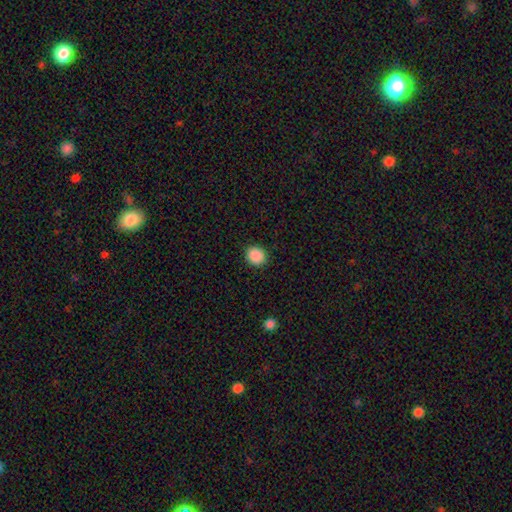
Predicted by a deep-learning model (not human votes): A smooth galaxy with no disk features (89%) that is round (84%).

Vote fractions:
- Smooth or featured? smooth: 89% / star or artifact: 9% / featured or disk: 2%
- How rounded? round: 84% / in between: 15% / cigar-shaped: 1%
- Merging? none: 91% / minor disturbance: 6% / major disturbance: 2% / merger: 1%